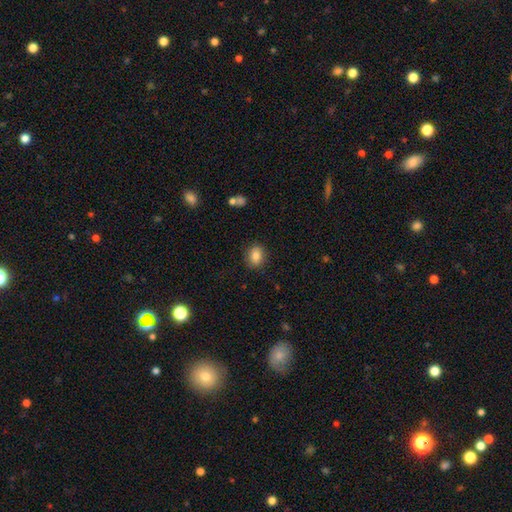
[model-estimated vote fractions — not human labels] A smooth galaxy with no disk features (85%) that is round (51%).

Vote fractions:
- Smooth or featured? smooth: 85% / star or artifact: 9% / featured or disk: 7%
- How rounded? round: 51% / in between: 48% / cigar-shaped: 1%
- Merging? none: 87% / minor disturbance: 9% / major disturbance: 2% / merger: 1%